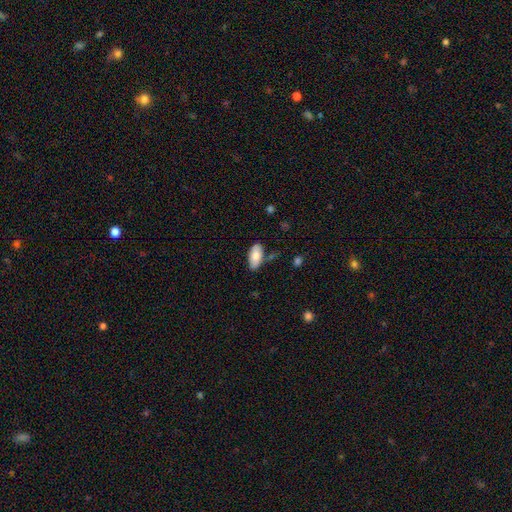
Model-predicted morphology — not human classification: Overall: smooth (76%). How rounded: in between (93%). Merging: none (74%).